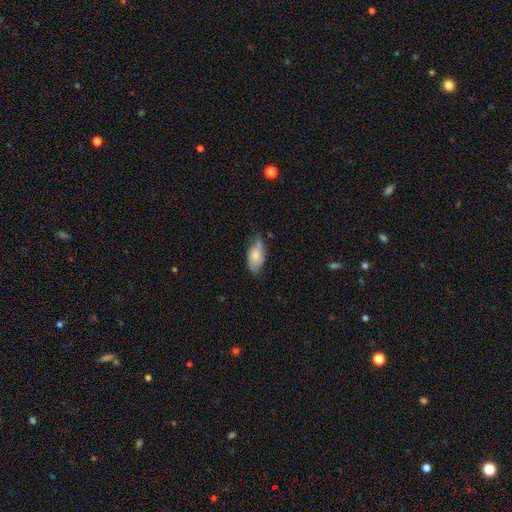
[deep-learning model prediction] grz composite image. It shows a smooth galaxy with no disk features (65%) that is in between round and cigar-shaped (92%). Merging: none (54%).